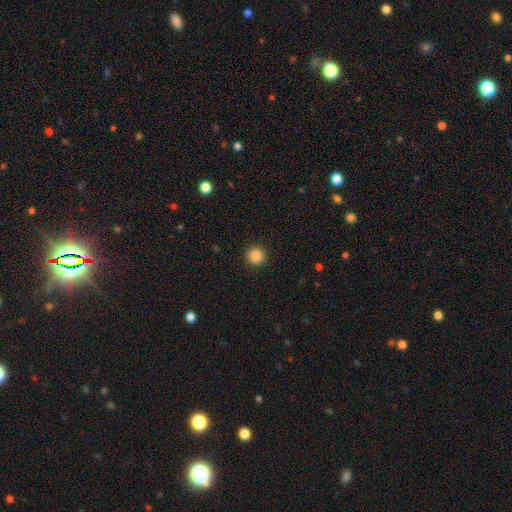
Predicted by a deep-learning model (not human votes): smooth-or-featured: smooth: 86% | star or artifact: 10% | featured or disk: 4%
  how-rounded: round: 95% | in between: 4% | cigar-shaped: 1%
  merging: none: 93% | minor disturbance: 5% | major disturbance: 2% | merger: 1%